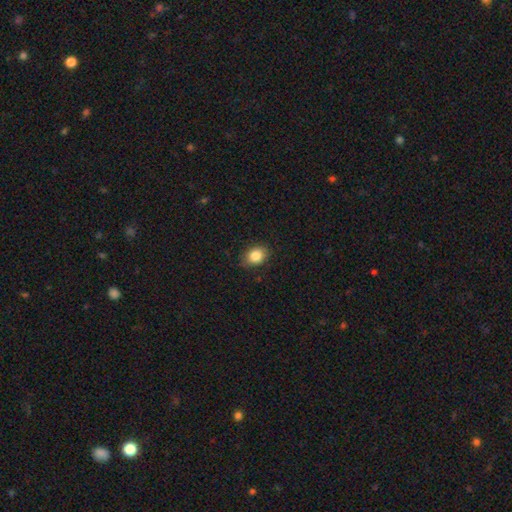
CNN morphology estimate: smooth-or-featured: smooth: 84% | star or artifact: 9% | featured or disk: 6%
  how-rounded: in between: 60% | round: 39% | cigar-shaped: 1%
  merging: none: 83% | minor disturbance: 14% | major disturbance: 3% | merger: 1%